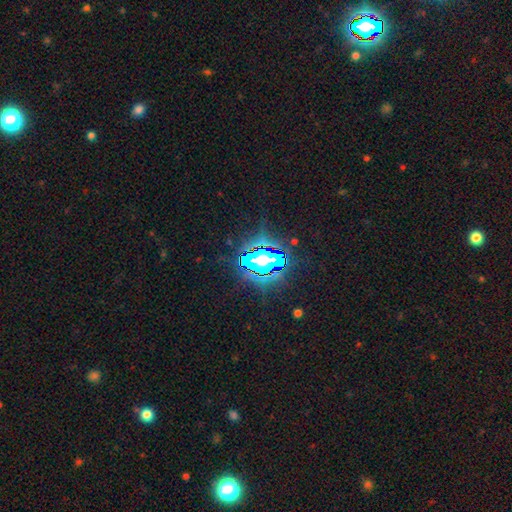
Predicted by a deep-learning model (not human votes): star or artifact 73%, smooth 15%, featured or disk 12%.